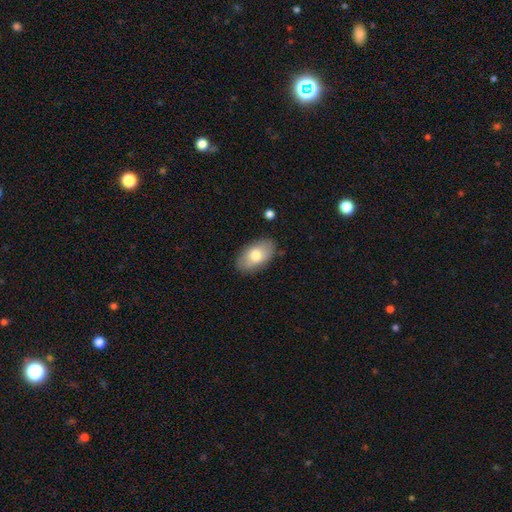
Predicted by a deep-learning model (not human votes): Q: Smooth or featured?
A: smooth (74%); runner-up: featured or disk (20%)
Q: How rounded?
A: in between (93%); runner-up: round (5%)
Q: Merging?
A: none (84%); runner-up: minor disturbance (12%)